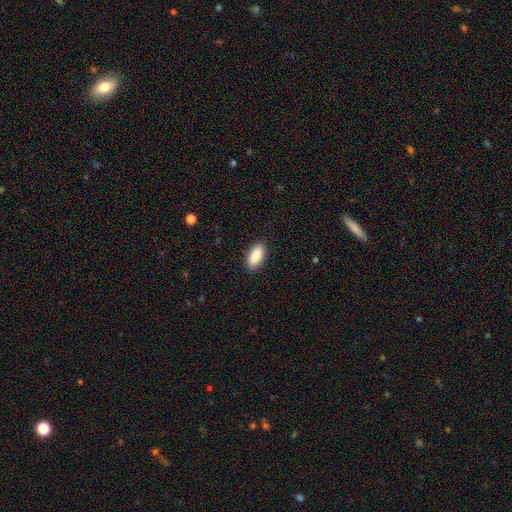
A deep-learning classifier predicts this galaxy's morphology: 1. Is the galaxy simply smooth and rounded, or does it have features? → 89% smooth, 6% star or artifact, 5% featured or disk.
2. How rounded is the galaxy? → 92% in between, 6% cigar-shaped, 3% round.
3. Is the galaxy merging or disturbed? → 89% none, 8% minor disturbance, 2% major disturbance, 1% merger.